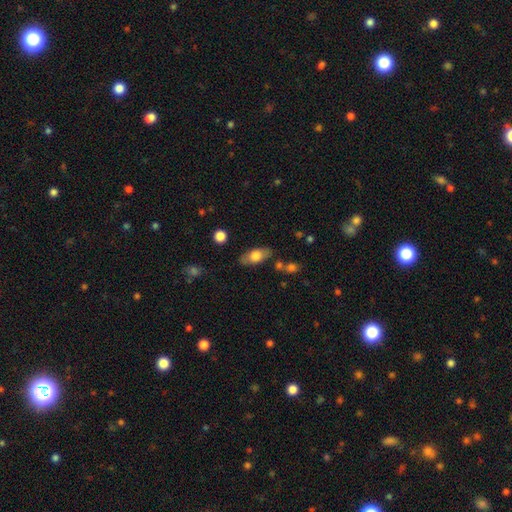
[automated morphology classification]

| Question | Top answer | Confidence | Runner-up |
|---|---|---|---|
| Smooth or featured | smooth | 70% | featured or disk (24%) |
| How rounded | in between | 87% | cigar-shaped (9%) |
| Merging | none | 80% | minor disturbance (13%) |